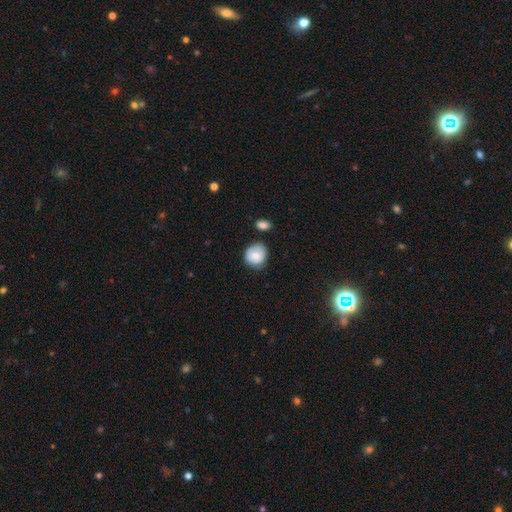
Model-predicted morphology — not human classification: Smooth or featured?
  - smooth: 71% *
  - featured or disk: 21%
  - star or artifact: 7%
How rounded?
  - round: 81% *
  - in between: 18%
  - cigar-shaped: 1%
Merging?
  - none: 67% *
  - minor disturbance: 24%
  - merger: 5%
  - major disturbance: 5%